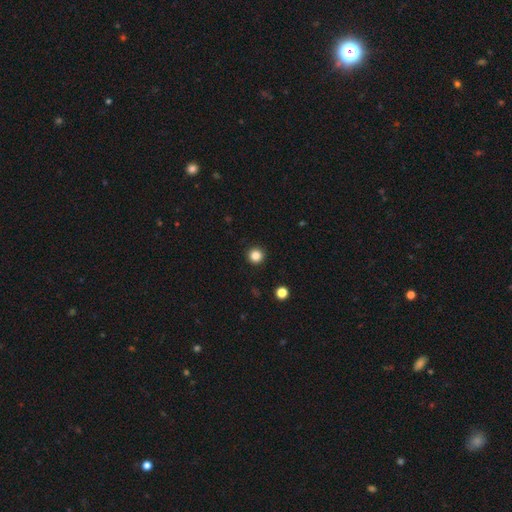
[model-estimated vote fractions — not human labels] Q: Smooth or featured?
A: smooth (85%); runner-up: star or artifact (12%)
Q: How rounded?
A: round (96%); runner-up: in between (3%)
Q: Merging?
A: none (94%); runner-up: minor disturbance (4%)